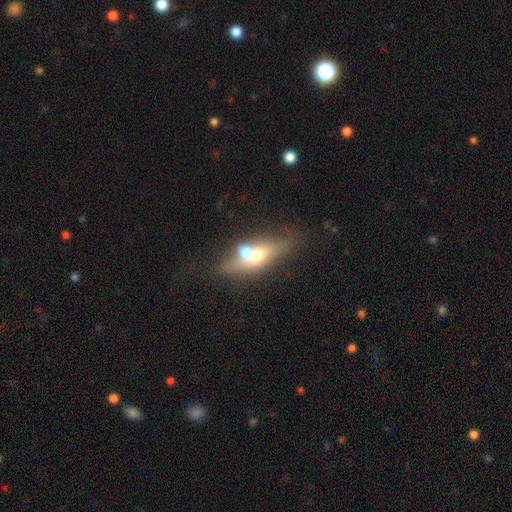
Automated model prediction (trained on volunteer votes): smooth-or-featured: smooth: 49% | featured or disk: 41% | star or artifact: 10%
  merging: merger: 48% | none: 35% | minor disturbance: 10% | major disturbance: 7%